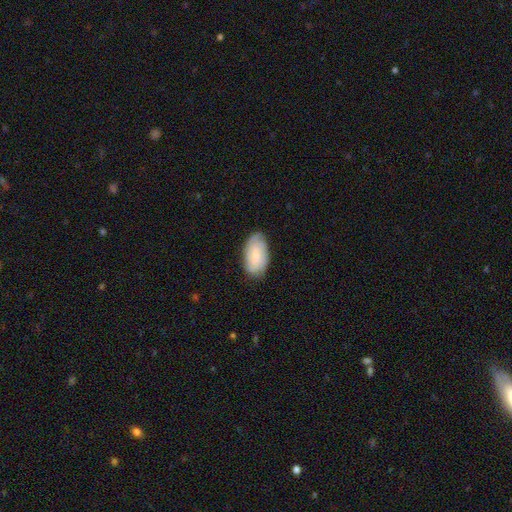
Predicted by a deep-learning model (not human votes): smooth 58%, featured or disk 35%, star or artifact 6%. Down the decision tree: how rounded — in between (94%); merging — none (78%).